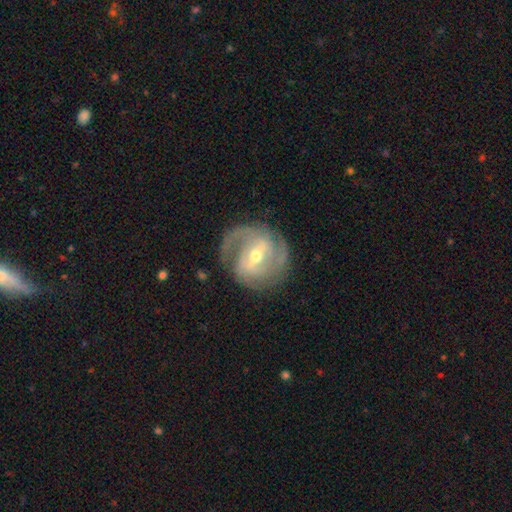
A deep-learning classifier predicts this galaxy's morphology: A featured or disk galaxy (88%) with a weak bar (45%), 2 (56%) tight (46%) spiral arms (96%) and a moderate central bulge (55%).

Vote fractions:
- Smooth or featured? featured or disk: 88% / smooth: 7% / star or artifact: 5%
- Edge-on disk? no: 97% / yes: 3%
- Bar? weak: 45% / strong: 39% / no: 16%
- Spiral arms? yes: 96% / no: 4%
- Spiral winding? tight: 46% / medium: 43% / loose: 11%
- Spiral arm count? 2: 56% / 3: 22% / can't tell: 12% / 4: 4% / 1: 4% / more than 4: 3%
- Bulge size? moderate: 55% / small: 41% / large: 2% / none: 1% / dominant: 1%
- Merging? none: 77% / minor disturbance: 15% / major disturbance: 7% / merger: 1%